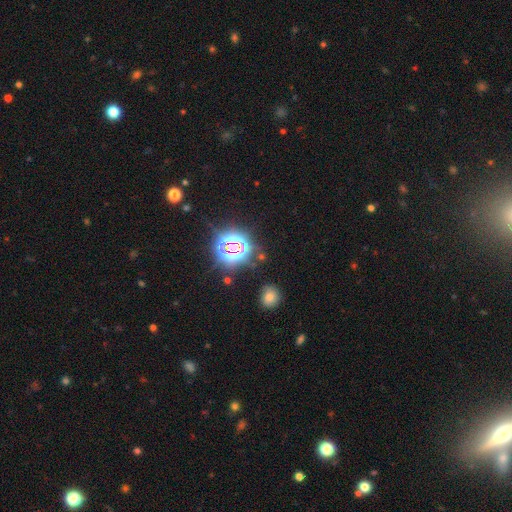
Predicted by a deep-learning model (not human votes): Smooth or featured: star or artifact — 70% (smooth — 21%)